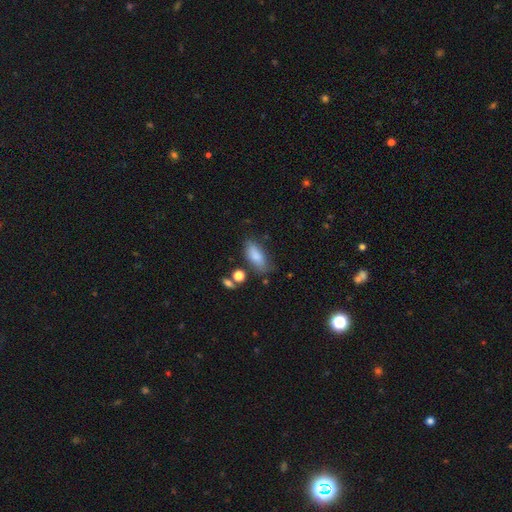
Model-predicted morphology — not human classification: A smooth galaxy with no disk features (81%) that is in between round and cigar-shaped (80%).

Vote fractions:
- Smooth or featured? smooth: 81% / featured or disk: 11% / star or artifact: 8%
- How rounded? in between: 80% / cigar-shaped: 17% / round: 3%
- Merging? none: 65% / minor disturbance: 24% / major disturbance: 7% / merger: 5%